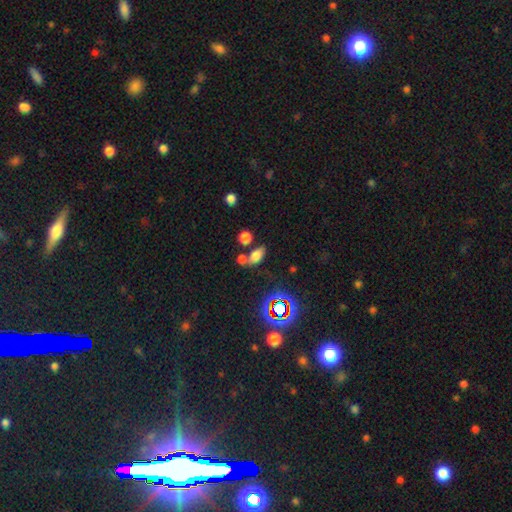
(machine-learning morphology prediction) smooth 70%, star or artifact 19%, featured or disk 12%. Down the decision tree: how rounded — in between (82%); merging — none (53%).